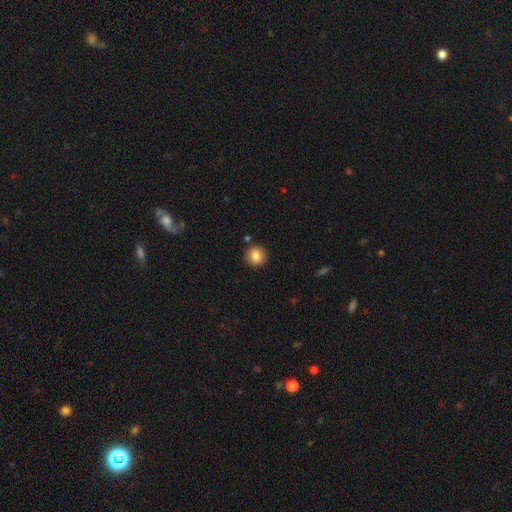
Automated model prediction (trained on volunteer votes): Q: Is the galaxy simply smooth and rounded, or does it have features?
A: smooth — 85%.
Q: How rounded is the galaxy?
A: round — 92%.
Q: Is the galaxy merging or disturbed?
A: none — 89%.